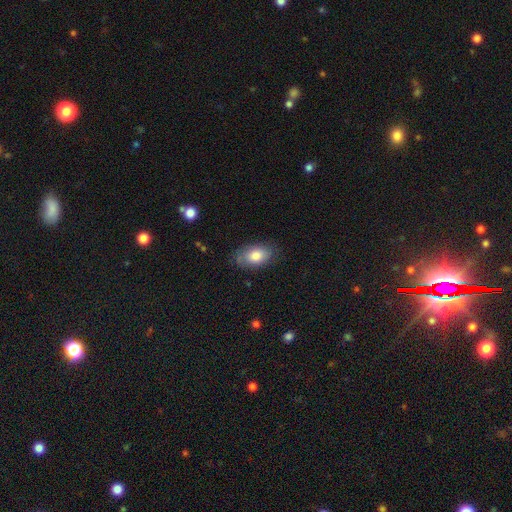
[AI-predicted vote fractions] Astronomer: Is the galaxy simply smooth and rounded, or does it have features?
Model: smooth — 79%.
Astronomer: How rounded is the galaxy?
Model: in between — 91%.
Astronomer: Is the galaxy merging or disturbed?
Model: none — 76%.